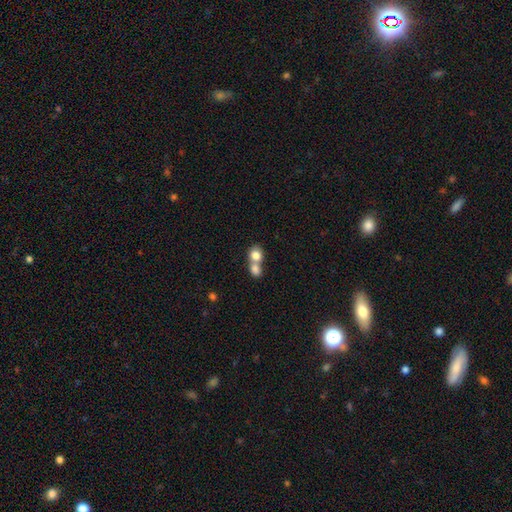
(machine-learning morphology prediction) The model was most divided on "how rounded": round: 64%, in between: 34%, cigar-shaped: 1%. More confident: smooth or featured — smooth (80%); merging — merger (70%).